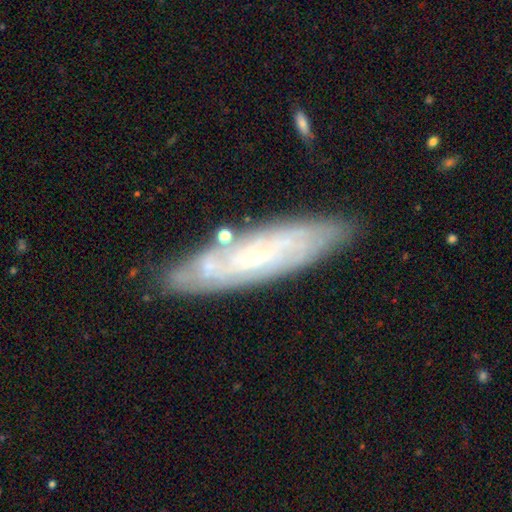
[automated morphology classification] Smooth or featured?
  - featured or disk: 70% *
  - smooth: 23%
  - star or artifact: 7%
Edge-on disk?
  - no: 69% *
  - yes: 31%
Merging?
  - none: 80% *
  - minor disturbance: 14%
  - merger: 4%
  - major disturbance: 3%